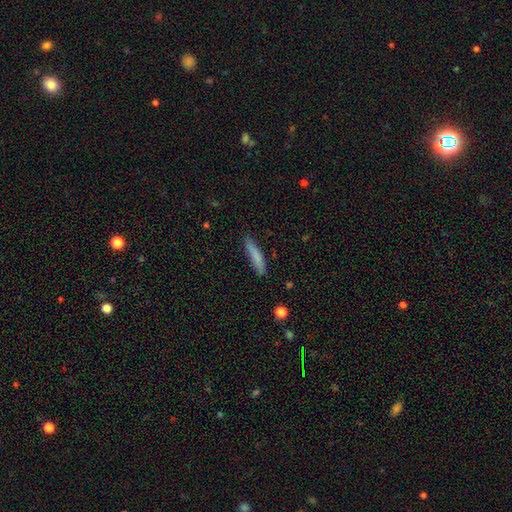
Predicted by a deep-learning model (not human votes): The model was most divided on "smooth or featured": smooth: 80%, featured or disk: 14%, star or artifact: 6%. More confident: how rounded — cigar-shaped (89%); merging — none (81%).